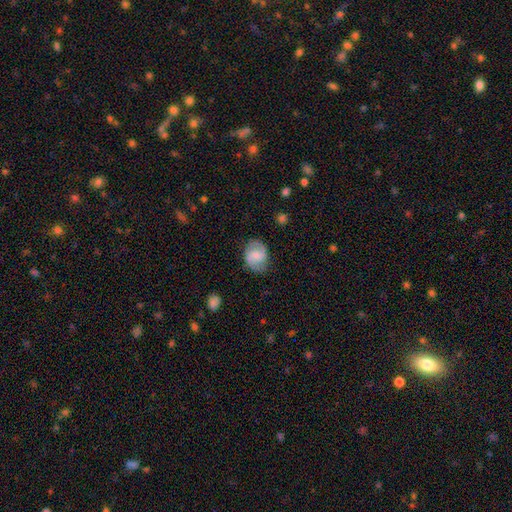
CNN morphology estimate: Smooth or featured? Predicted: featured or disk (p=0.55). Edge-on disk? Predicted: no (p=0.98). Bar? Predicted: weak (p=0.49). Spiral arms? Predicted: yes (p=0.90). Bulge size? Predicted: small (p=0.35). Merging? Predicted: none (p=0.76).